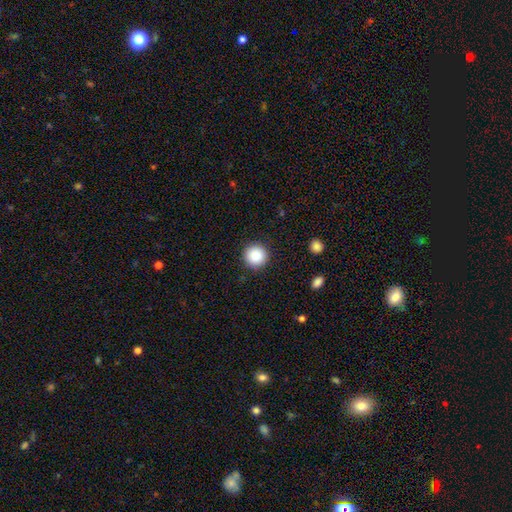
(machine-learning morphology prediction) Smooth or featured: smooth — 87% (star or artifact — 9%)
How rounded: round — 96% (in between — 3%)
Merging: none — 91% (minor disturbance — 6%)